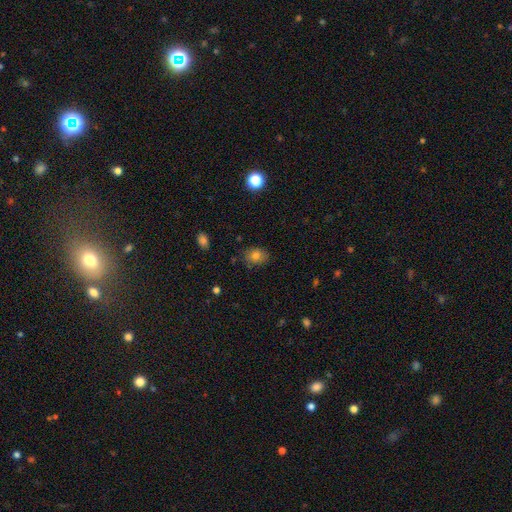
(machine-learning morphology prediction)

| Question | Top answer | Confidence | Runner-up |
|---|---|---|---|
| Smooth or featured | smooth | 79% | star or artifact (12%) |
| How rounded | in between | 56% | round (43%) |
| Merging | none | 81% | minor disturbance (14%) |